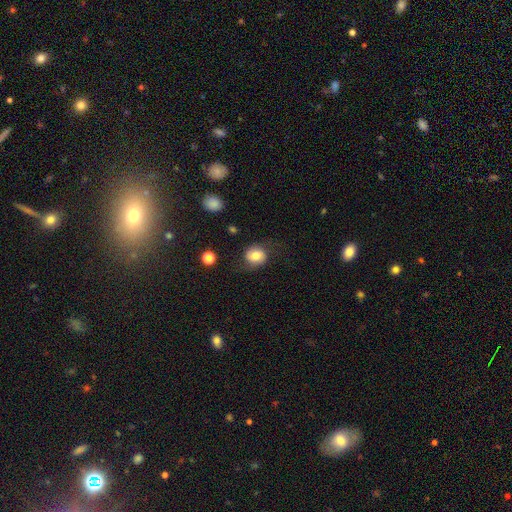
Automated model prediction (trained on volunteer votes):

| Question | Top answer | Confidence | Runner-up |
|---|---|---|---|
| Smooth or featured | smooth | 68% | featured or disk (23%) |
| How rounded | round | 71% | in between (28%) |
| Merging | none | 69% | minor disturbance (20%) |